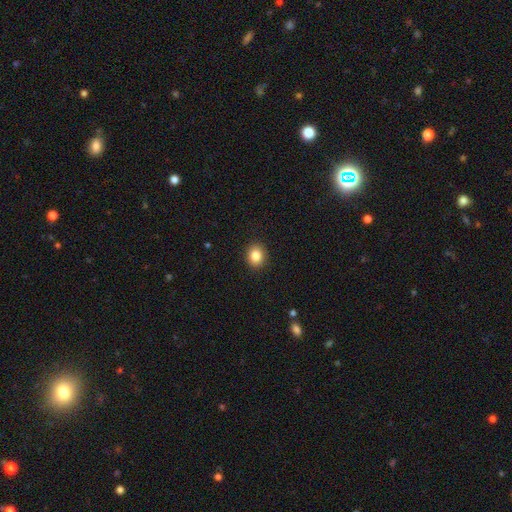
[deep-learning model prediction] smooth_or_featured: smooth (p=0.84) [alt: star or artifact p=0.10]
how_rounded: round (p=0.66) [alt: in between p=0.33]
merging: none (p=0.91) [alt: minor disturbance p=0.06]